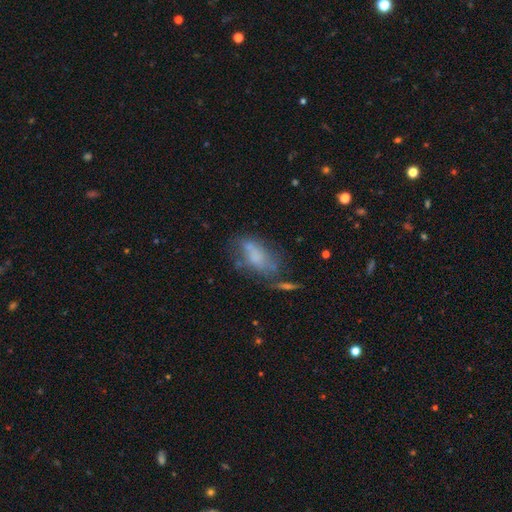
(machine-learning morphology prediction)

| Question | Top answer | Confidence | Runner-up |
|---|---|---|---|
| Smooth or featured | smooth | 56% | featured or disk (34%) |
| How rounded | in between | 85% | cigar-shaped (10%) |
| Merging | none | 40% | minor disturbance (26%) |